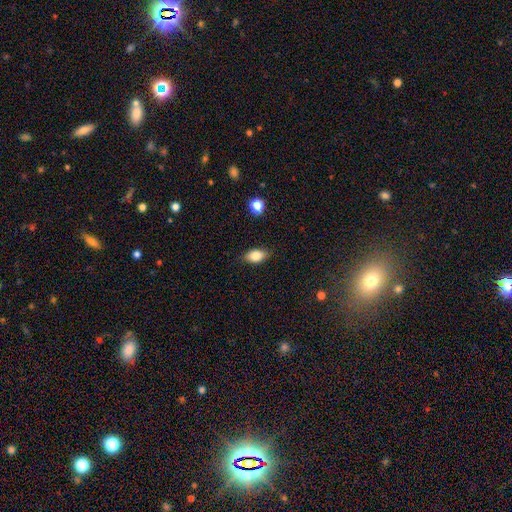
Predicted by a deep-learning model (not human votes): Overall: smooth (82%). How rounded: in between (87%). Merging: none (84%).